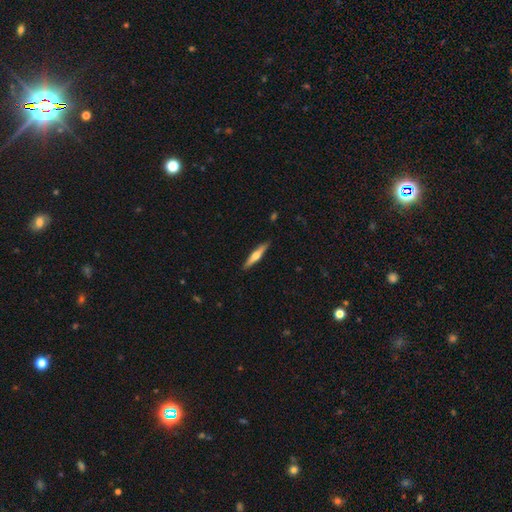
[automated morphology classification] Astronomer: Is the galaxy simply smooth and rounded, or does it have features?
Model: featured or disk — 56% (runner-up: smooth, 39%).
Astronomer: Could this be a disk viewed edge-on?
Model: yes — 96%.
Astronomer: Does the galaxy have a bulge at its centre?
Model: rounded — 90%.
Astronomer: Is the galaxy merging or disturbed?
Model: none — 91%.